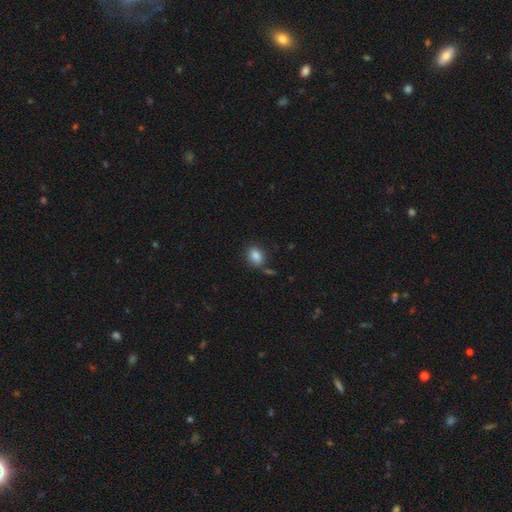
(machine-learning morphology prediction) This appears to be a smooth galaxy with no disk features (86%) that is in between round and cigar-shaped (70%). Merging: none (77%).